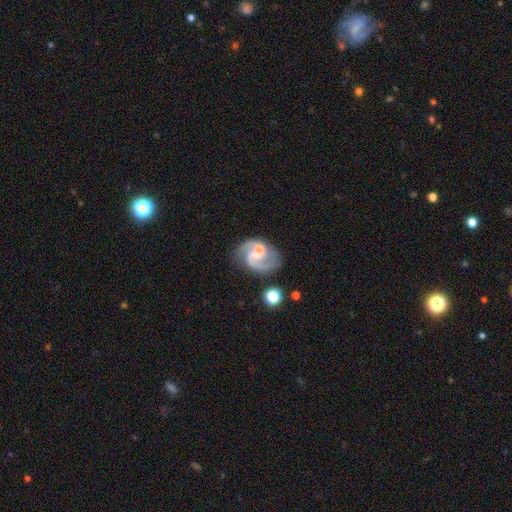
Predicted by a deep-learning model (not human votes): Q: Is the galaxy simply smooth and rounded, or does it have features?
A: featured or disk — 84%.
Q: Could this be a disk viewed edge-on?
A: no — 98%.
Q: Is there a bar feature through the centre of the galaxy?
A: no — 50%.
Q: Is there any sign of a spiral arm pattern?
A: yes — 95%.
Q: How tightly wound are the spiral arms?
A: medium — 53%.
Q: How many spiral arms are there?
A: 2 — 76%.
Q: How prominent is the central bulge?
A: small — 47%.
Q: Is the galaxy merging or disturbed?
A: none — 56%.